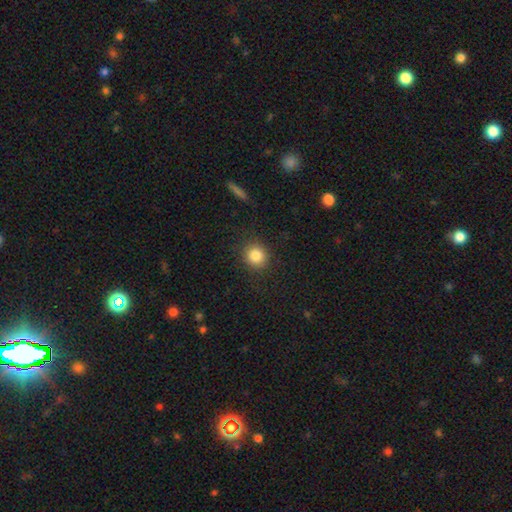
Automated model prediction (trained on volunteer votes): Morphology: type=smooth (84%); roundness=round (88%); merging=none (89%).